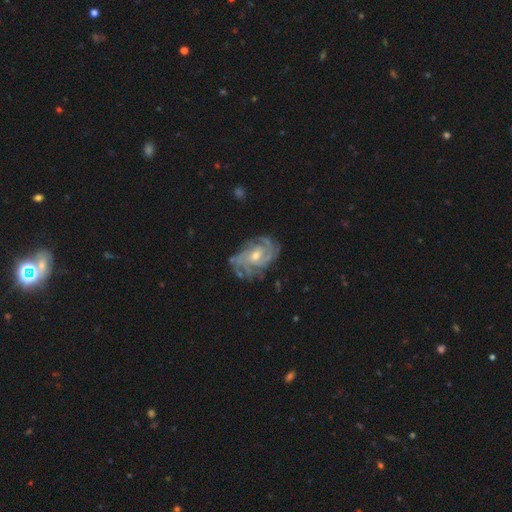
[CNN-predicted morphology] Smooth or featured? featured or disk (88%)
Edge-on disk? no (97%)
Bar? no (57%)
Spiral arms? yes (97%)
Spiral winding? tight (63%)
Spiral arm count? can't tell (26%)
Bulge size? moderate (54%)
Merging? none (75%)